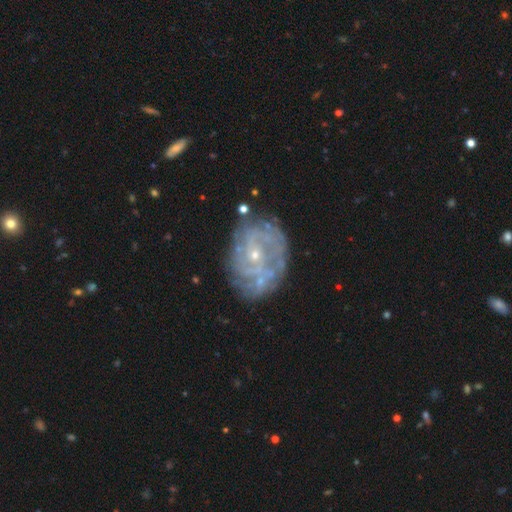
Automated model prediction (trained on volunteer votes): A featured or disk galaxy (80%) with no bar (69%), tight (62%) spiral arms (82%) and a small central bulge (79%).

Vote fractions:
- Smooth or featured? featured or disk: 80% / smooth: 12% / star or artifact: 8%
- Edge-on disk? no: 97% / yes: 3%
- Bar? no: 69% / weak: 25% / strong: 6%
- Spiral arms? yes: 82% / no: 18%
- Spiral winding? tight: 62% / medium: 28% / loose: 11%
- Spiral arm count? can't tell: 46% / 2: 17% / 3: 13% / 4: 11% / more than 4: 7% / 1: 6%
- Bulge size? small: 79% / moderate: 17% / none: 2% / large: 1% / dominant: 1%
- Merging? none: 67% / minor disturbance: 20% / major disturbance: 9% / merger: 4%